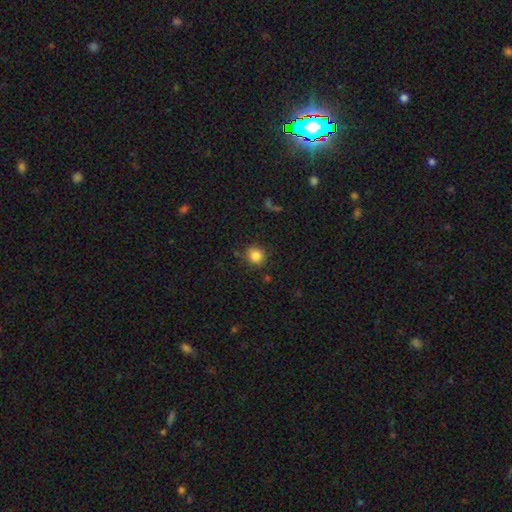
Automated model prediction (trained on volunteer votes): Q: Smooth or featured?
A: smooth (84%); runner-up: star or artifact (11%)
Q: How rounded?
A: round (88%); runner-up: in between (11%)
Q: Merging?
A: none (83%); runner-up: minor disturbance (11%)